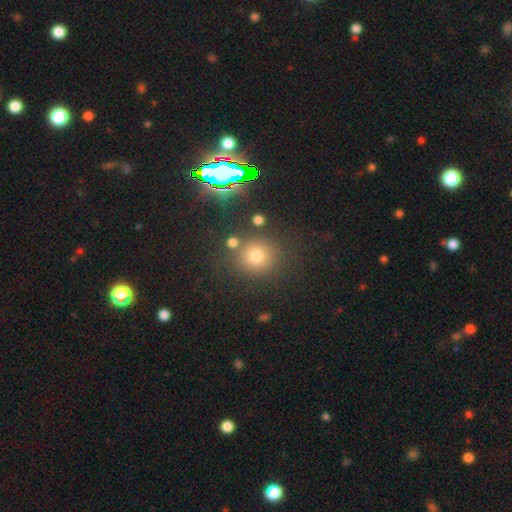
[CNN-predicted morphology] A smooth galaxy with no disk features (65%) that is round (89%).

Vote fractions:
- Smooth or featured? smooth: 65% / star or artifact: 26% / featured or disk: 9%
- How rounded? round: 89% / in between: 10% / cigar-shaped: 1%
- Merging? none: 81% / minor disturbance: 8% / merger: 7% / major disturbance: 4%